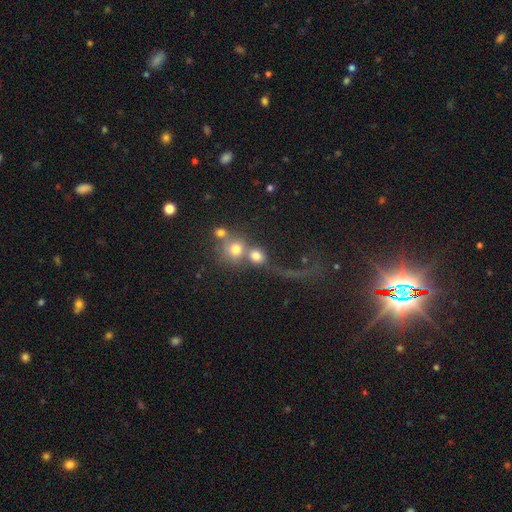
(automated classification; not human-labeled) smooth_or_featured: smooth (p=0.66) [alt: featured or disk p=0.19]
how_rounded: round (p=0.79) [alt: in between p=0.19]
merging: merger (p=0.52) [alt: none p=0.28]